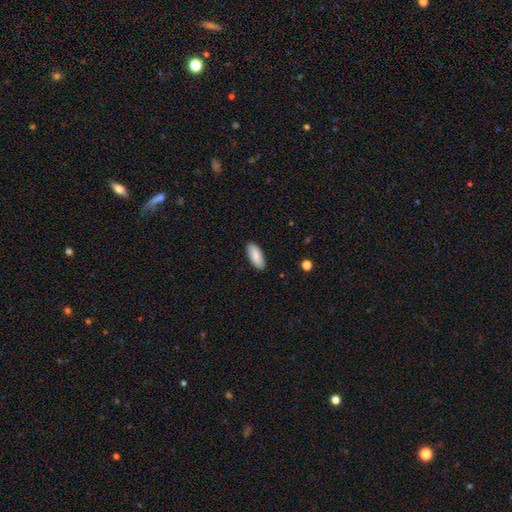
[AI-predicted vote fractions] This appears to be a smooth galaxy with no disk features (86%) that is in between round and cigar-shaped (84%). Merging: none (89%).